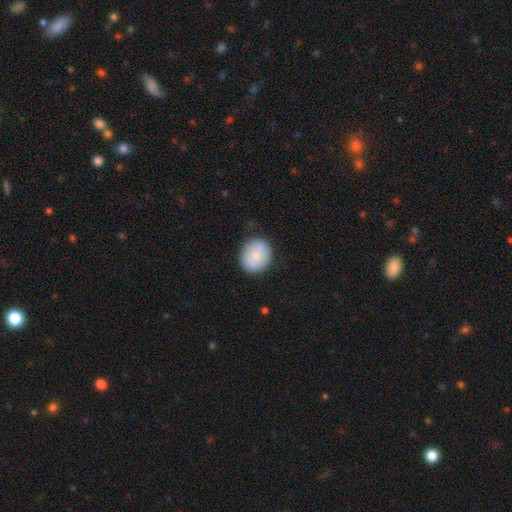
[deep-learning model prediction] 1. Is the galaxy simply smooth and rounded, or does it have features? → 75% smooth, 18% featured or disk, 6% star or artifact.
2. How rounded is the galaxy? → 71% round, 28% in between, 1% cigar-shaped.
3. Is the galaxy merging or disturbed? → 82% none, 14% minor disturbance, 3% major disturbance, 1% merger.